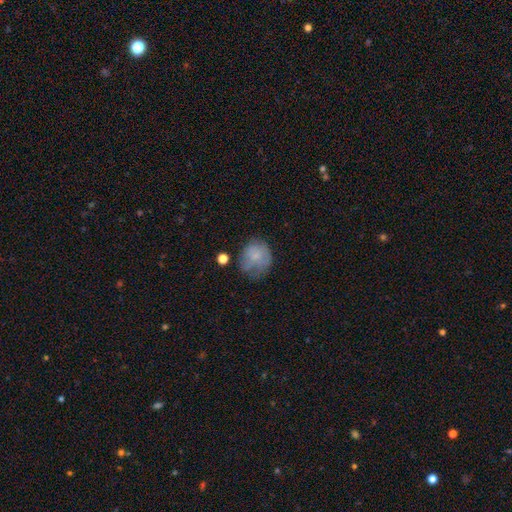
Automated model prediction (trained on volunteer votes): The model was most divided on "merging": none: 48%, minor disturbance: 30%, major disturbance: 18%, merger: 4%. More confident: how rounded — round (73%); smooth or featured — smooth (70%).